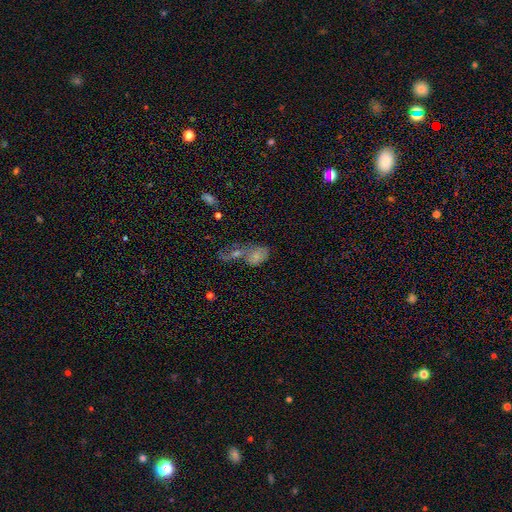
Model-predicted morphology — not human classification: type=smooth (63%); roundness=in between (78%); merging=merger (63%).